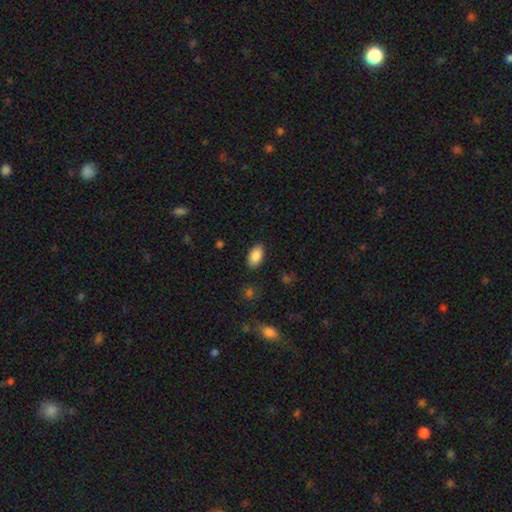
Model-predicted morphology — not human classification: smooth-or-featured: smooth: 87% | star or artifact: 7% | featured or disk: 5%
  how-rounded: in between: 94% | round: 5% | cigar-shaped: 2%
  merging: none: 86% | minor disturbance: 10% | major disturbance: 2% | merger: 1%